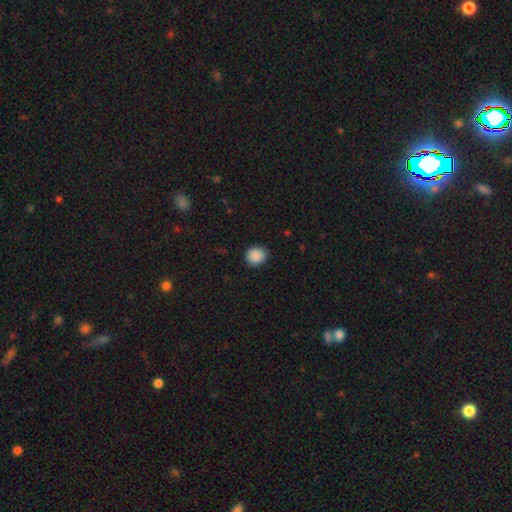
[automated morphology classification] Overall: smooth (89%). How rounded: round (82%). Merging: none (87%).